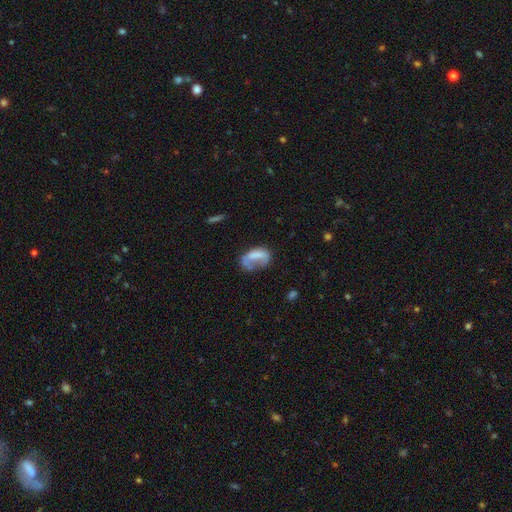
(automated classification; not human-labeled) Smooth or featured: smooth — 57% (featured or disk — 34%)
How rounded: in between — 84% (round — 13%)
Merging: major disturbance — 41% (none — 29%)